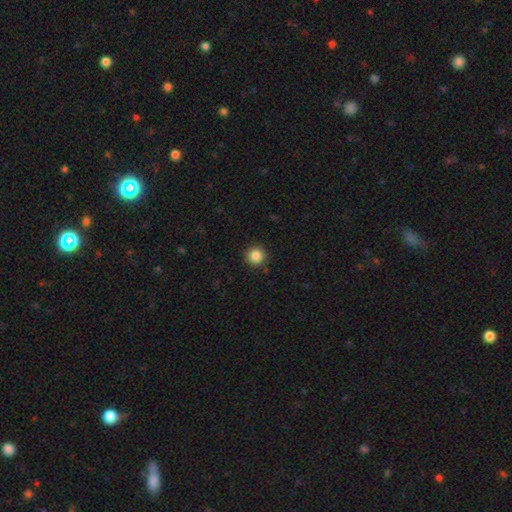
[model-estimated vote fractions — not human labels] This appears to be a smooth galaxy with no disk features (86%) that is round (95%). Merging: none (91%).